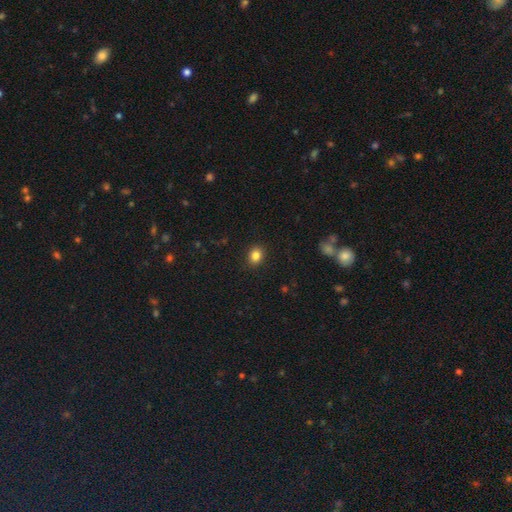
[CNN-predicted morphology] type=smooth (84%); roundness=round (57%); merging=none (89%).